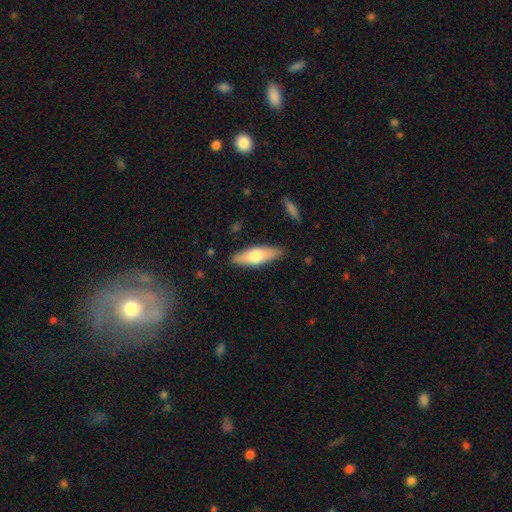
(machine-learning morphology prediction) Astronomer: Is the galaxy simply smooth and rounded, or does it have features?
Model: smooth — 65%.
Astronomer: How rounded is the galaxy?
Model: in between — 54% (runner-up: cigar-shaped, 44%).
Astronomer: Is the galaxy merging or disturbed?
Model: none — 87%.